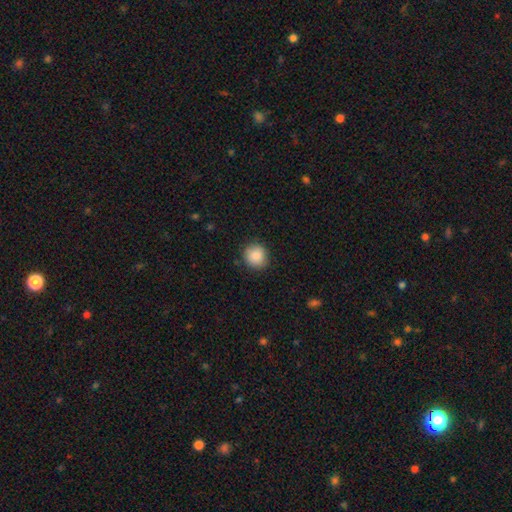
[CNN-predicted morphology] Smooth or featured? Predicted: smooth (p=0.88). How rounded? Predicted: round (p=0.88). Merging? Predicted: none (p=0.87).